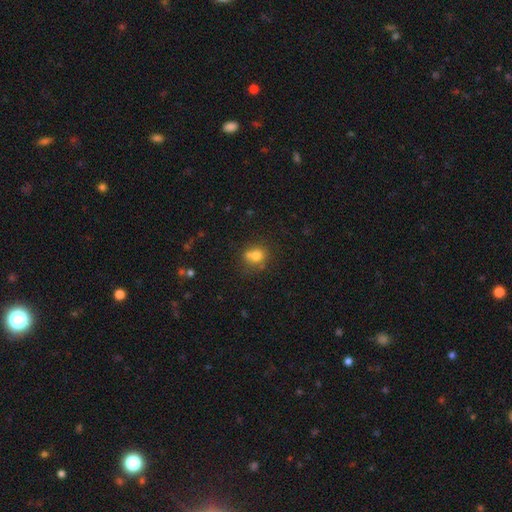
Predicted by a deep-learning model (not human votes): smooth 72%, featured or disk 14%, star or artifact 13%. Down the decision tree: how rounded — round (74%); merging — none (47%).